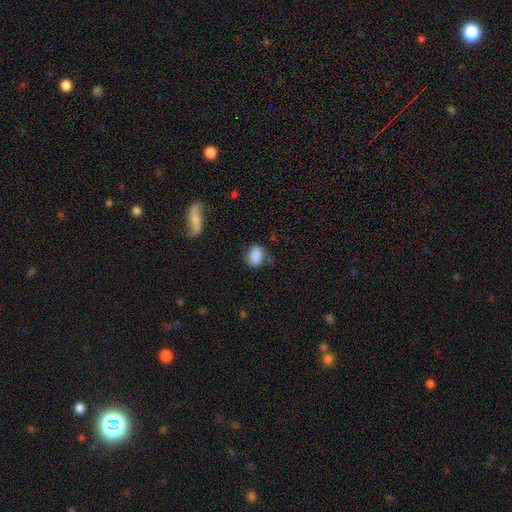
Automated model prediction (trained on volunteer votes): Q: Smooth or featured?
A: smooth (86%); runner-up: star or artifact (8%)
Q: How rounded?
A: in between (68%); runner-up: round (30%)
Q: Merging?
A: none (66%); runner-up: minor disturbance (24%)